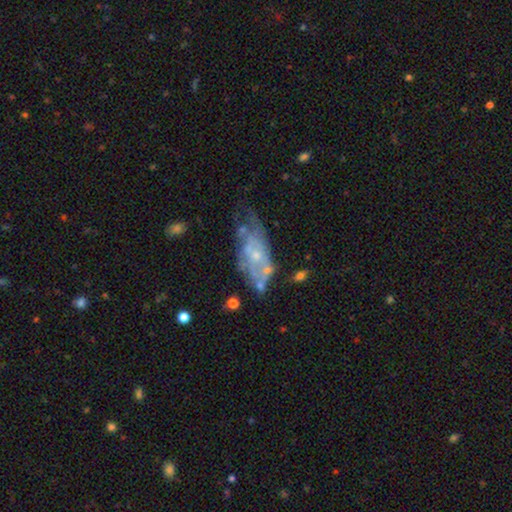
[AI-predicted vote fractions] Q: Smooth or featured?
A: featured or disk (67%); runner-up: smooth (25%)
Q: Edge-on disk?
A: no (91%); runner-up: yes (9%)
Q: Bar?
A: no (81%); runner-up: weak (16%)
Q: Spiral arms?
A: no (55%); runner-up: yes (45%)
Q: Bulge size?
A: small (65%); runner-up: moderate (26%)
Q: Merging?
A: none (36%); runner-up: minor disturbance (30%)